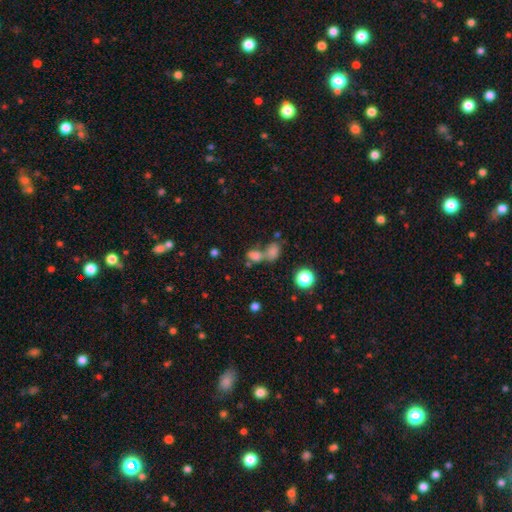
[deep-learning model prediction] Smooth or featured?
  - smooth: 69% *
  - star or artifact: 19%
  - featured or disk: 12%
How rounded?
  - in between: 61% *
  - round: 36%
  - cigar-shaped: 3%
Merging?
  - merger: 60% *
  - none: 27%
  - minor disturbance: 8%
  - major disturbance: 6%